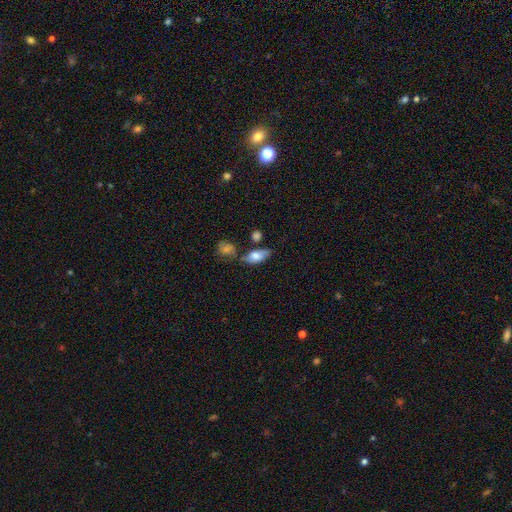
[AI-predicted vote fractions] This is likely a smooth galaxy (74%). How rounded: clearly in between (85%). Merging: possibly none (58%).